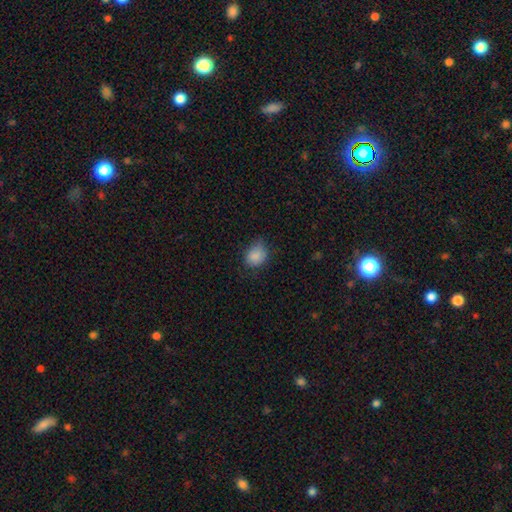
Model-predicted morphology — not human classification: Smooth or featured? smooth (85%)
How rounded? round (55%)
Merging? none (55%)